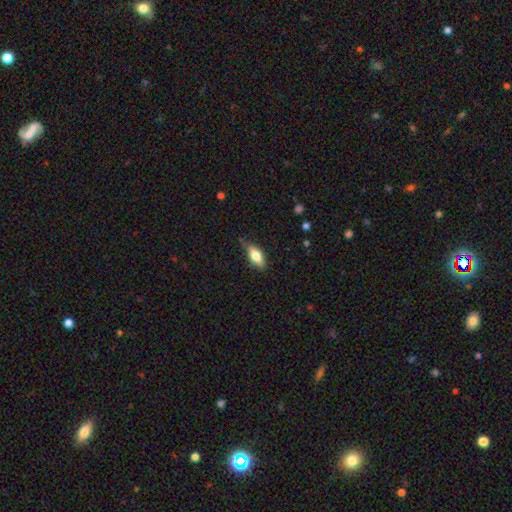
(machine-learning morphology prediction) A smooth galaxy with no disk features (70%) that is in between round and cigar-shaped (76%). Merging: none (66%).